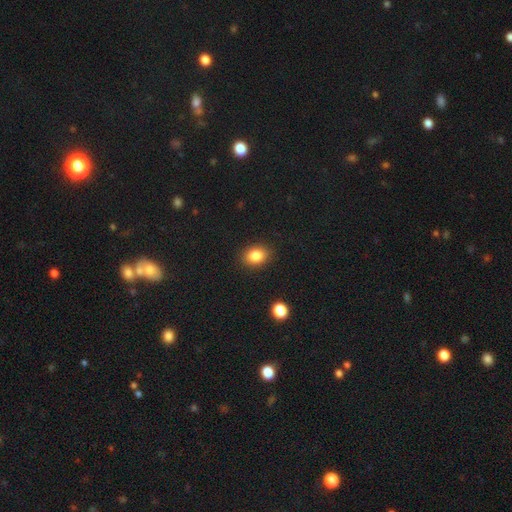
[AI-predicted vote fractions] Smooth or featured? Predicted: smooth (p=0.84). How rounded? Predicted: in between (p=0.66). Merging? Predicted: none (p=0.88).